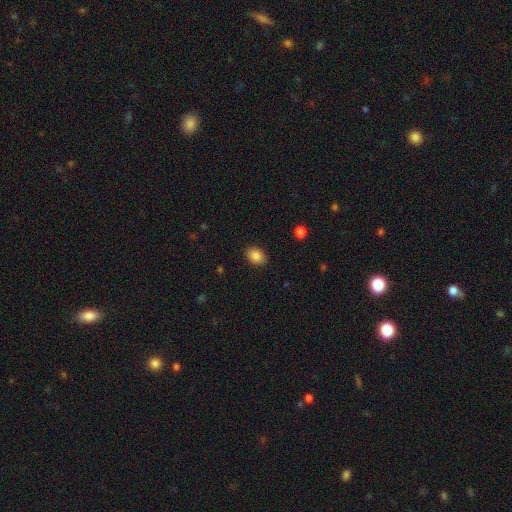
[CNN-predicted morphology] Smooth or featured: smooth — 87% (star or artifact — 9%)
How rounded: in between — 74% (round — 25%)
Merging: none — 88% (minor disturbance — 9%)